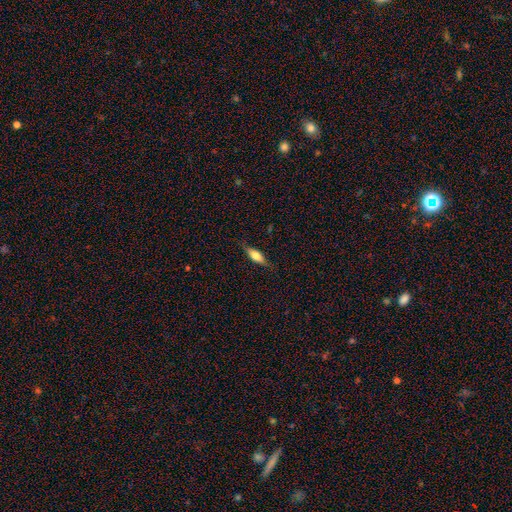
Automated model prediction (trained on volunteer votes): A smooth galaxy with no disk features (52%) that is in between round and cigar-shaped (56%).

Vote fractions:
- Smooth or featured? smooth: 52% / featured or disk: 41% / star or artifact: 7%
- How rounded? in between: 56% / cigar-shaped: 40% / round: 3%
- Merging? none: 81% / minor disturbance: 15% / major disturbance: 4% / merger: 1%